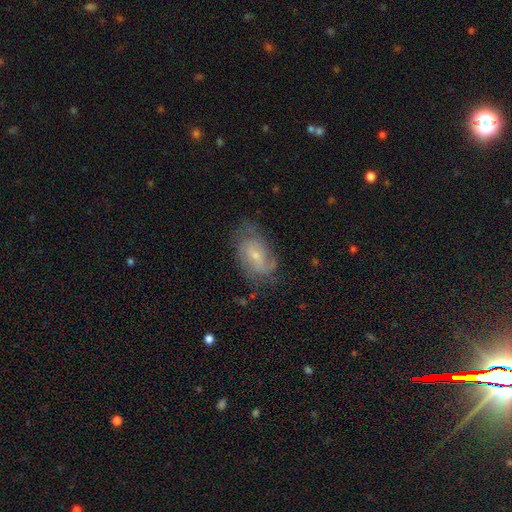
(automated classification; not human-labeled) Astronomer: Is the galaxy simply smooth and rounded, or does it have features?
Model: featured or disk — 69%.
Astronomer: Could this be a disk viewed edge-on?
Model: no — 96%.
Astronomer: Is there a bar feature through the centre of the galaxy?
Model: no — 49% (runner-up: weak, 42%).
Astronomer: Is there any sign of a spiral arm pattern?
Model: yes — 86%.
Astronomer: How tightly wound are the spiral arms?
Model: medium — 42% (runner-up: tight, 39%).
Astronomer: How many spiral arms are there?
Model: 2 — 40% (runner-up: can't tell, 35%).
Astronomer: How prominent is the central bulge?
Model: small — 69%.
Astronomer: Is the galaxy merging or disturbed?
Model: none — 61%.